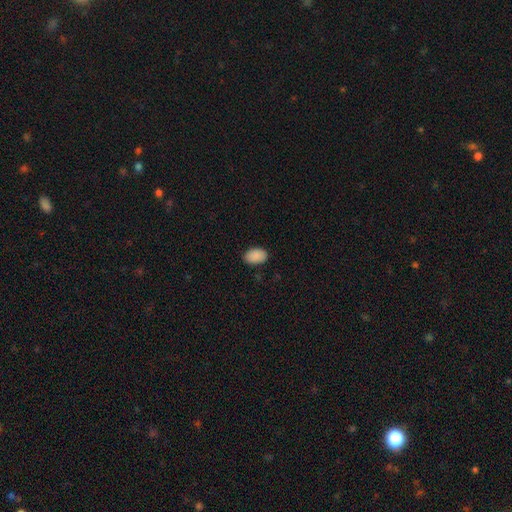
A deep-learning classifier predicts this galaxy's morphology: Smooth or featured?
  - smooth: 90% *
  - star or artifact: 7%
  - featured or disk: 3%
How rounded?
  - in between: 90% *
  - round: 9%
  - cigar-shaped: 1%
Merging?
  - none: 87% *
  - minor disturbance: 10%
  - major disturbance: 2%
  - merger: 1%